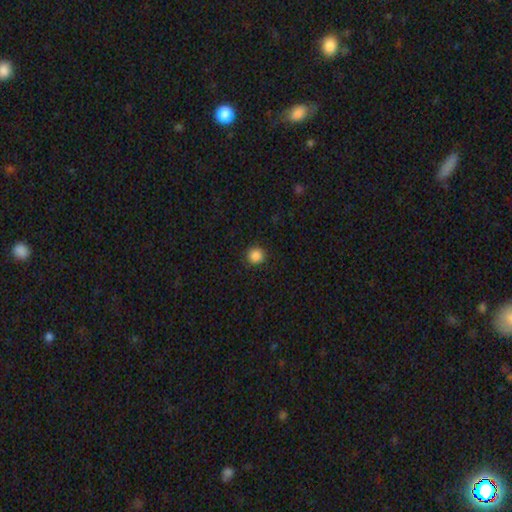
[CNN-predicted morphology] type=smooth (87%); roundness=round (92%); merging=none (91%).